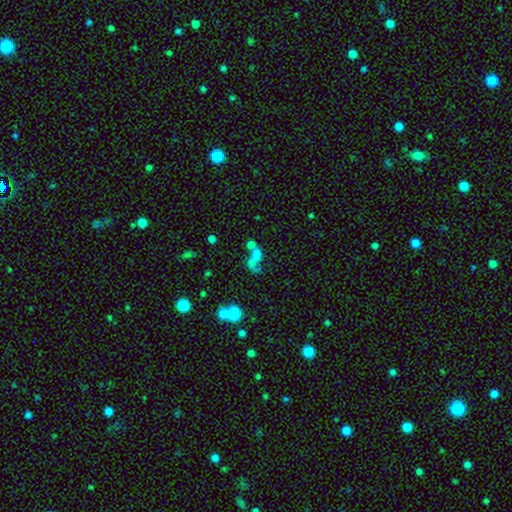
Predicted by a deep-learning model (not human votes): Smooth or featured? smooth (48%)
Merging? merger (46%)